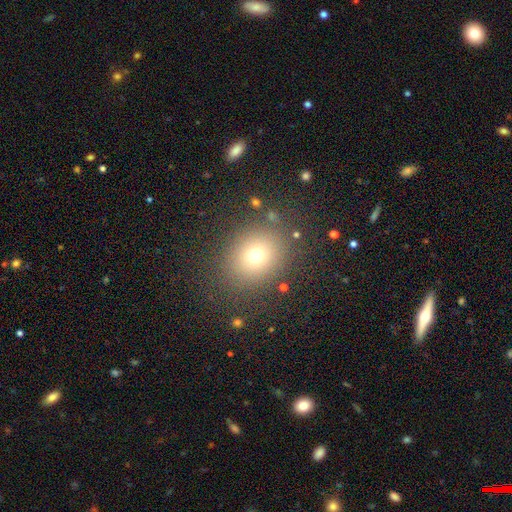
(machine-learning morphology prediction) smooth-or-featured: smooth: 70% | star or artifact: 19% | featured or disk: 11%
  how-rounded: round: 66% | in between: 33% | cigar-shaped: 1%
  merging: none: 84% | minor disturbance: 9% | major disturbance: 5% | merger: 2%